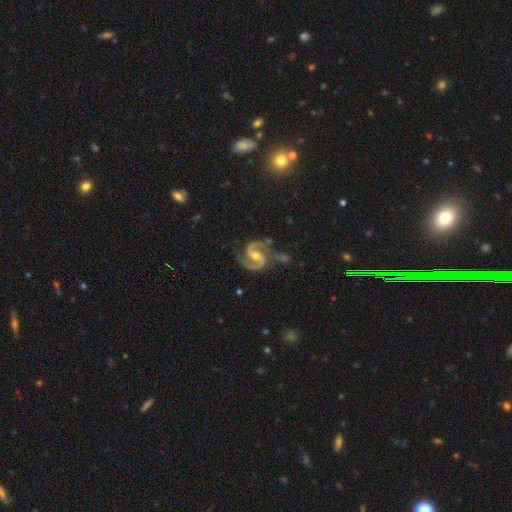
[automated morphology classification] Q: Smooth or featured?
A: featured or disk (93%); runner-up: star or artifact (4%)
Q: Edge-on disk?
A: no (98%); runner-up: yes (2%)
Q: Bar?
A: weak (47%); runner-up: strong (27%)
Q: Spiral arms?
A: yes (99%); runner-up: no (1%)
Q: Spiral winding?
A: medium (66%); runner-up: tight (17%)
Q: Spiral arm count?
A: 2 (94%); runner-up: 3 (1%)
Q: Bulge size?
A: moderate (62%); runner-up: small (32%)
Q: Merging?
A: none (69%); runner-up: minor disturbance (19%)